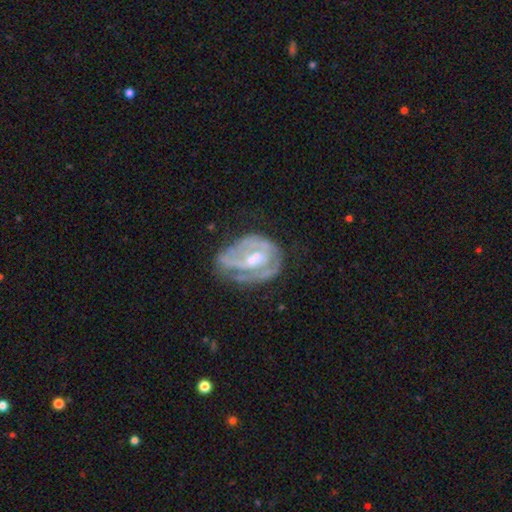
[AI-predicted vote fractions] A featured or disk galaxy (78%) with no bar (42%, tied with weak), 2 (39%) tight (51%) spiral arms (75%) and a small central bulge (53%).

Vote fractions:
- Smooth or featured? featured or disk: 78% / smooth: 15% / star or artifact: 6%
- Edge-on disk? no: 97% / yes: 3%
- Bar? no: 42% (tied) / weak: 42% (tied) / strong: 17%
- Spiral arms? yes: 75% / no: 25%
- Spiral winding? tight: 51% / medium: 35% / loose: 14%
- Spiral arm count? 2: 39% / can't tell: 33% / 1: 11% / 3: 11% / 4: 3% / more than 4: 2%
- Bulge size? small: 53% / moderate: 43% / none: 2% / large: 2% / dominant: 1%
- Merging? none: 47% / minor disturbance: 28% / major disturbance: 22% / merger: 3%